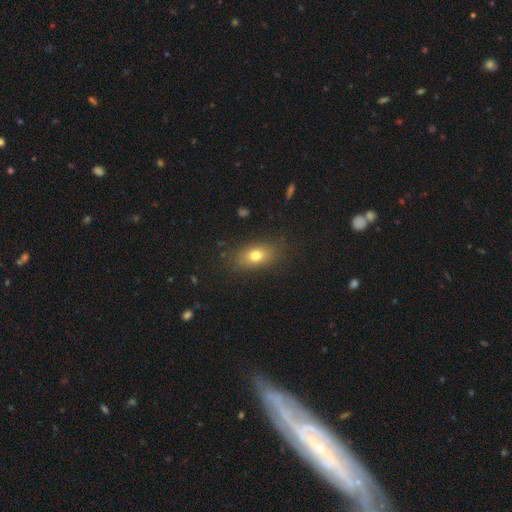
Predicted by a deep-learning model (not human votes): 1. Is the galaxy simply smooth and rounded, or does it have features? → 74% smooth, 15% featured or disk, 11% star or artifact.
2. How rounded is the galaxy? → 79% in between, 15% round, 5% cigar-shaped.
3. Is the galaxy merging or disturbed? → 83% none, 12% minor disturbance, 4% major disturbance, 1% merger.